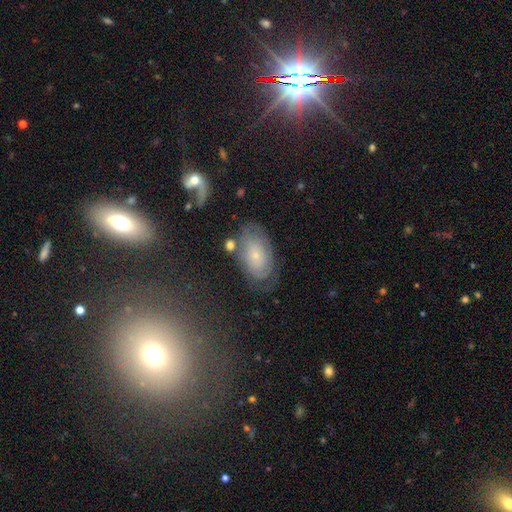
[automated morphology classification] type=featured or disk (54%); edge-on=no (94%); bar=no (82%); spiral arms=yes (75%); bulge=small (78%); merging=none (62%).